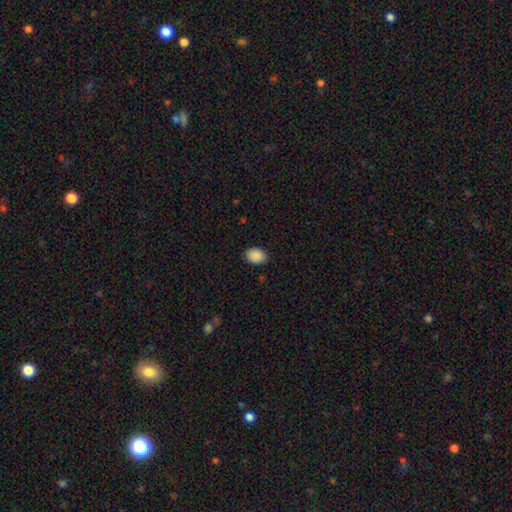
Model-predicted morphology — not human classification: type=smooth (90%); roundness=in between (71%); merging=none (87%).